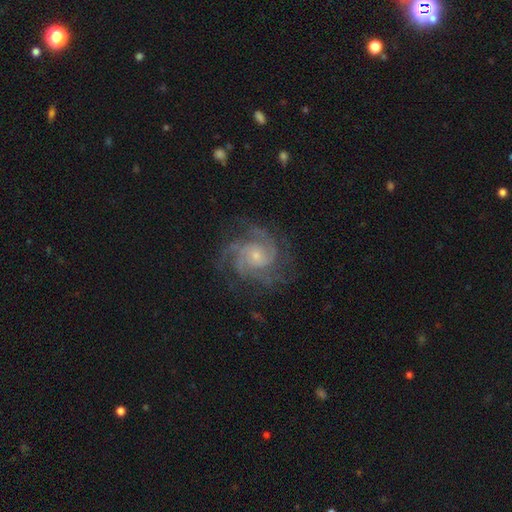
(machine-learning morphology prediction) Q: Smooth or featured?
A: featured or disk (90%); runner-up: star or artifact (5%)
Q: Edge-on disk?
A: no (98%); runner-up: yes (2%)
Q: Bar?
A: no (71%); runner-up: weak (24%)
Q: Spiral arms?
A: yes (98%); runner-up: no (2%)
Q: Spiral winding?
A: tight (60%); runner-up: medium (36%)
Q: Spiral arm count?
A: 3 (35%); runner-up: 4 (22%)
Q: Bulge size?
A: small (72%); runner-up: moderate (22%)
Q: Merging?
A: none (77%); runner-up: minor disturbance (15%)